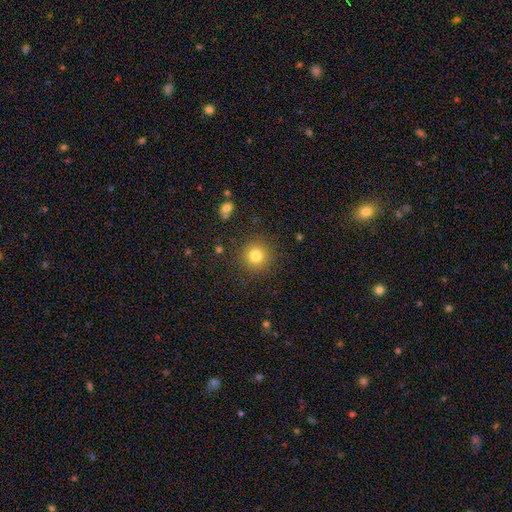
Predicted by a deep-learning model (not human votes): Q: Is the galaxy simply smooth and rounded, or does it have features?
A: smooth — 80%.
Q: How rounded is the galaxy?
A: round — 95%.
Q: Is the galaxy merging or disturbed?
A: none — 89%.